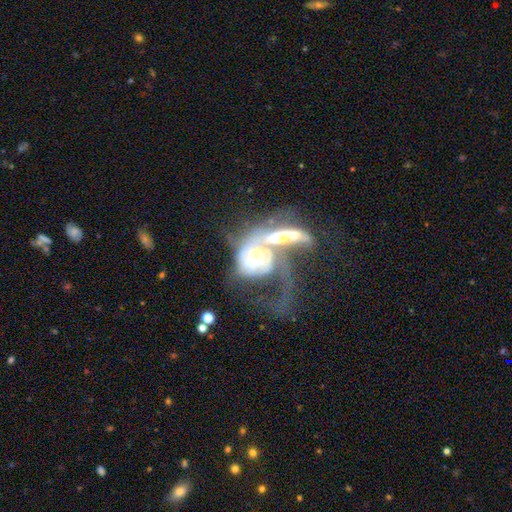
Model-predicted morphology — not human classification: Q: Smooth or featured?
A: featured or disk (80%); runner-up: smooth (13%)
Q: Edge-on disk?
A: no (93%); runner-up: yes (7%)
Q: Bar?
A: no (61%); runner-up: weak (26%)
Q: Spiral arms?
A: yes (80%); runner-up: no (20%)
Q: Spiral winding?
A: tight (38%); runner-up: medium (32%)
Q: Spiral arm count?
A: 2 (37%); runner-up: can't tell (30%)
Q: Bulge size?
A: moderate (57%); runner-up: large (18%)
Q: Merging?
A: merger (68%); runner-up: major disturbance (20%)